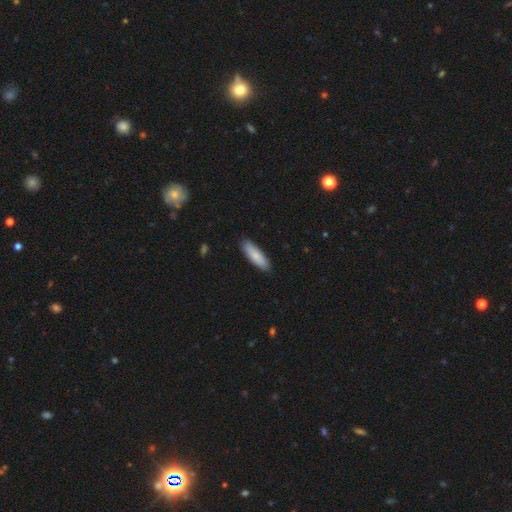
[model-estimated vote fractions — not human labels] A smooth galaxy with no disk features (82%) that is cigar-shaped (52%).

Vote fractions:
- Smooth or featured? smooth: 82% / featured or disk: 12% / star or artifact: 5%
- How rounded? cigar-shaped: 52% / in between: 47% / round: 1%
- Merging? none: 88% / minor disturbance: 9% / major disturbance: 2% / merger: 1%